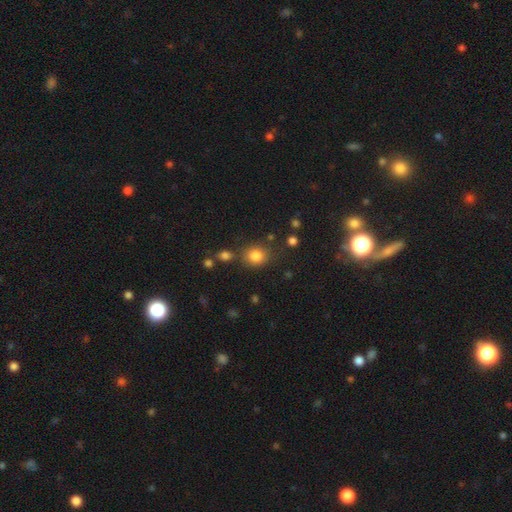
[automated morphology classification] A smooth galaxy with no disk features (83%) that is round (76%). Merging: none (76%).